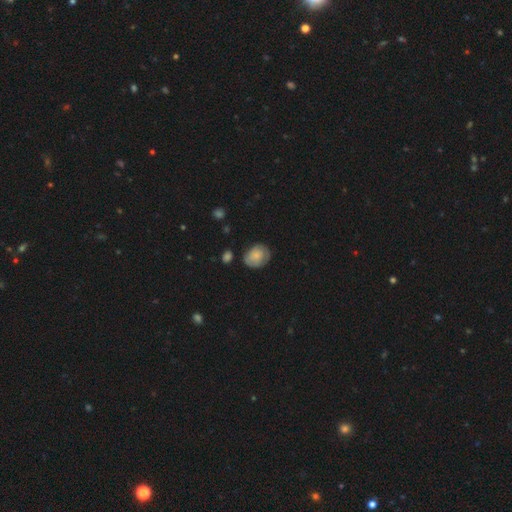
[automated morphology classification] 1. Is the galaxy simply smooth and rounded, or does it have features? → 65% smooth, 27% featured or disk, 7% star or artifact.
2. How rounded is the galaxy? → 55% in between, 44% round, 1% cigar-shaped.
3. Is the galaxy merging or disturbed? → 64% none, 26% minor disturbance, 7% major disturbance, 3% merger.